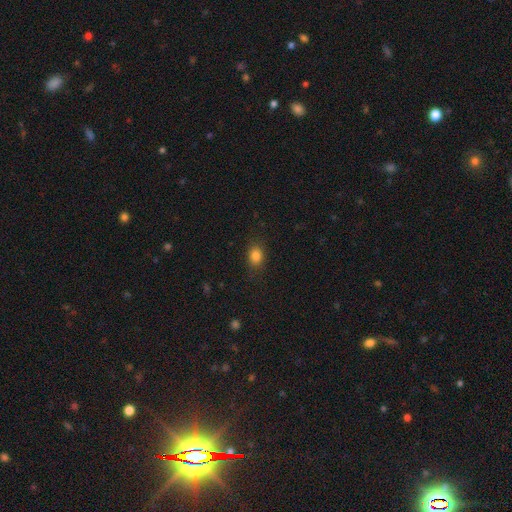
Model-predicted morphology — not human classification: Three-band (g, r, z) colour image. It shows a smooth galaxy with no disk features (83%) that is in between round and cigar-shaped (60%). Merging: none (84%).